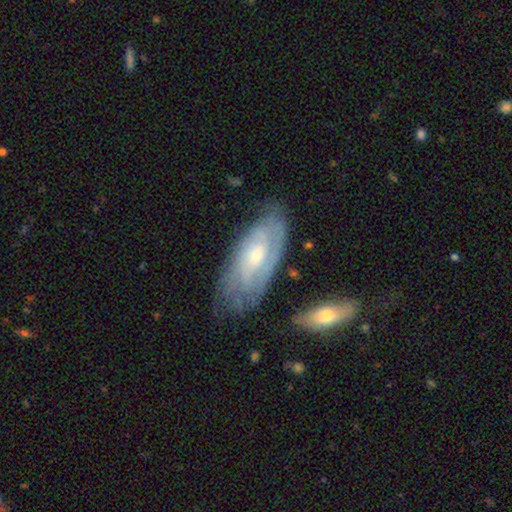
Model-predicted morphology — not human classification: This is likely a featured or disk galaxy (73%). It is clearly not viewed edge-on (90%). Bar: likely no (63%). Spiral arm pattern: clearly yes (88%). Spiral arm count: possibly can't tell (50%). Spiral winding: likely tight (64%). Central bulge: possibly small (54%). Merging: likely none (66%).